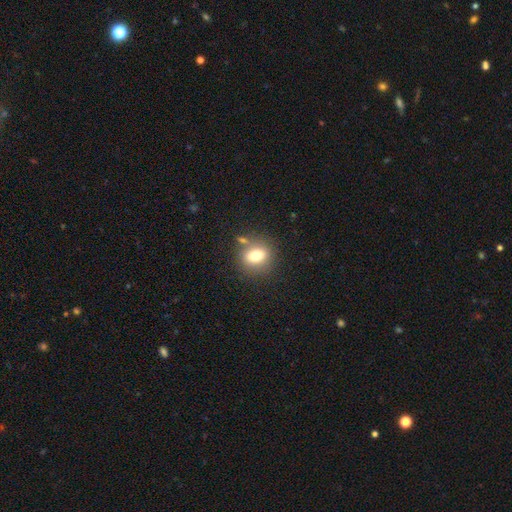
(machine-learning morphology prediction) Smooth or featured? Predicted: smooth (p=0.77). How rounded? Predicted: round (p=0.55). Merging? Predicted: none (p=0.72).